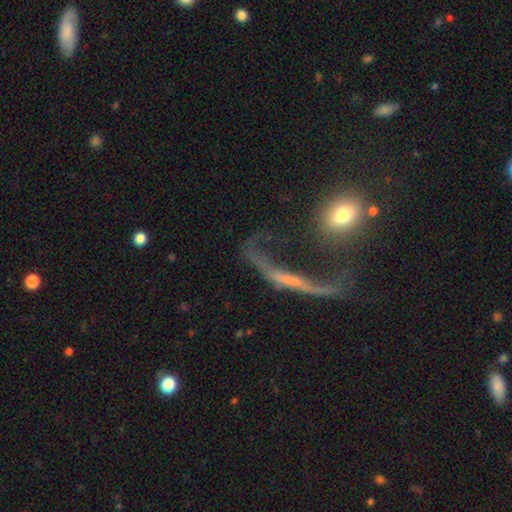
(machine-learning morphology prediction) Smooth or featured: featured or disk — 54% (smooth — 30%)
Edge-on disk: no — 66% (yes — 34%)
Merging: major disturbance — 49% (none — 26%)